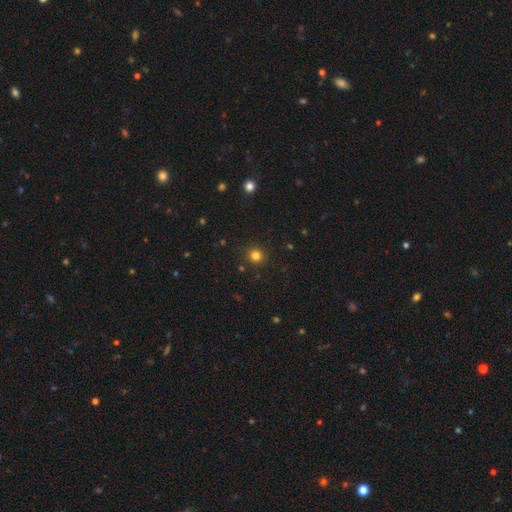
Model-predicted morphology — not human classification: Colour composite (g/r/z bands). It shows a smooth galaxy with no disk features (80%) that is round (93%). Merging: none (90%).